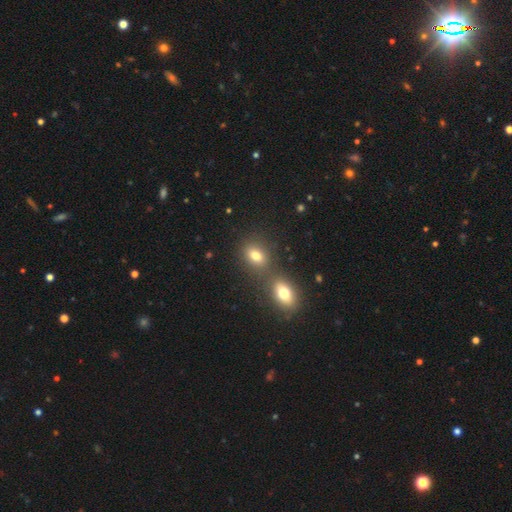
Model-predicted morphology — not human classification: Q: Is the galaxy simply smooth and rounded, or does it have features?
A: smooth — 76%.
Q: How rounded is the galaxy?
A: in between — 69%.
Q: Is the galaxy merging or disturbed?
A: none — 55%.